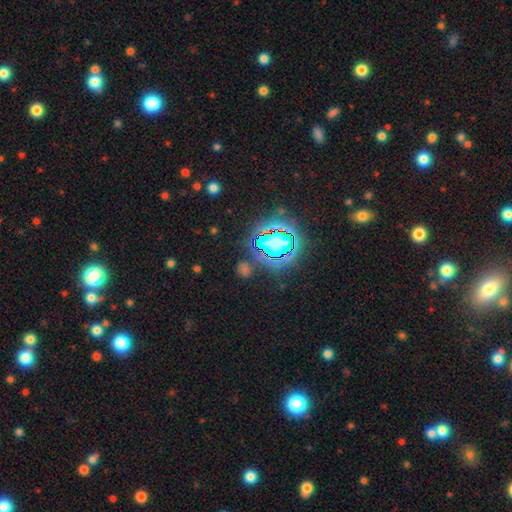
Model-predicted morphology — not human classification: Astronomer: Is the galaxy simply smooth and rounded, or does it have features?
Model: star or artifact — 83%.